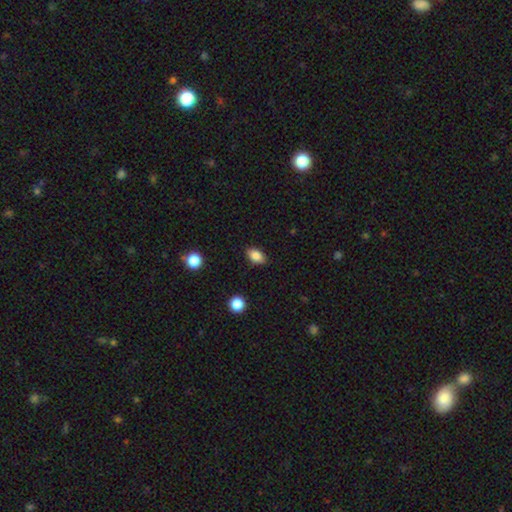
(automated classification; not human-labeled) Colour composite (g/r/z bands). It shows a smooth galaxy with no disk features (85%) that is in between round and cigar-shaped (87%). Merging: none (87%).